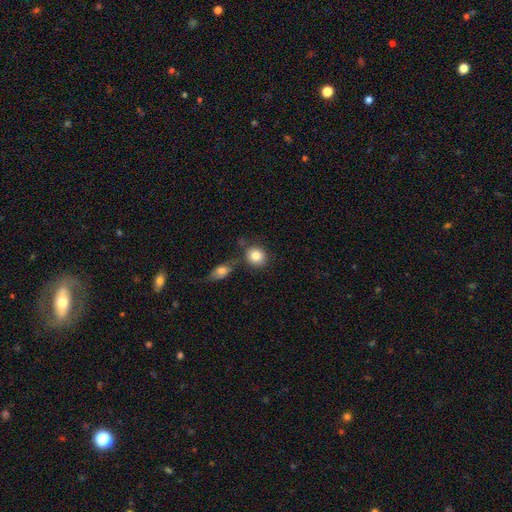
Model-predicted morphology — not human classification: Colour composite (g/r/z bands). It shows a smooth galaxy with no disk features (84%) that is round (79%). Merging: none (68%).